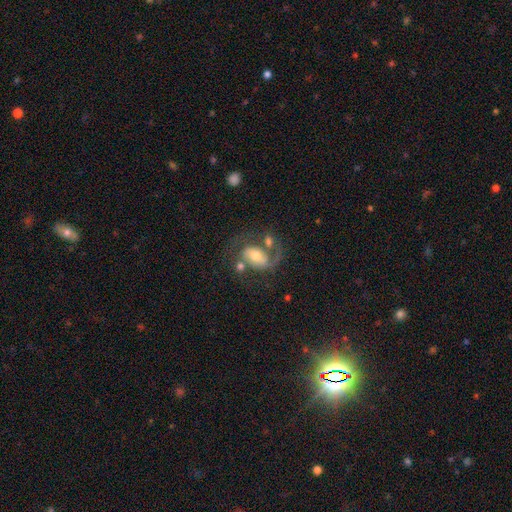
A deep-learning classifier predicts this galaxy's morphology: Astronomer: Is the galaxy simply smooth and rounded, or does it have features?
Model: featured or disk — 71%.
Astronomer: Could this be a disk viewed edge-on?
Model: no — 97%.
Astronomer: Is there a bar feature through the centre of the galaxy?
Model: no — 47% (runner-up: weak, 37%).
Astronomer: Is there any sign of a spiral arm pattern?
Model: yes — 86%.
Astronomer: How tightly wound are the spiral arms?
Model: medium — 47% (runner-up: loose, 33%).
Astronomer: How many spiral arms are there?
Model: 2 — 62%.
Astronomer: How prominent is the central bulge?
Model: moderate — 68%.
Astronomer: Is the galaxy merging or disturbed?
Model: none — 37% (runner-up: merger, 25%).